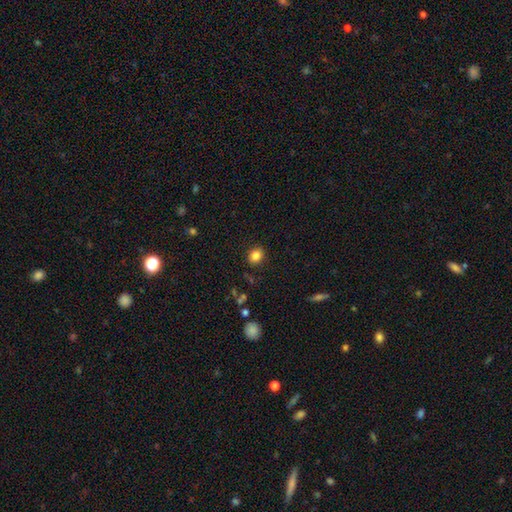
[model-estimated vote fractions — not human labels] smooth 84%, star or artifact 11%, featured or disk 5%. Down the decision tree: how rounded — round (65%); merging — none (89%).